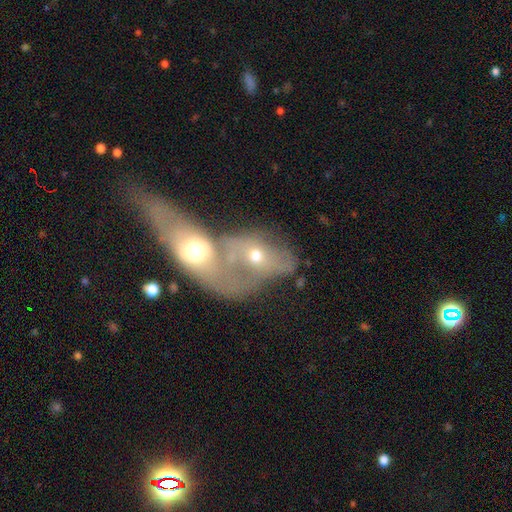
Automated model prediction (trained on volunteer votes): A featured or disk galaxy (49%). Merging: merger (73%).